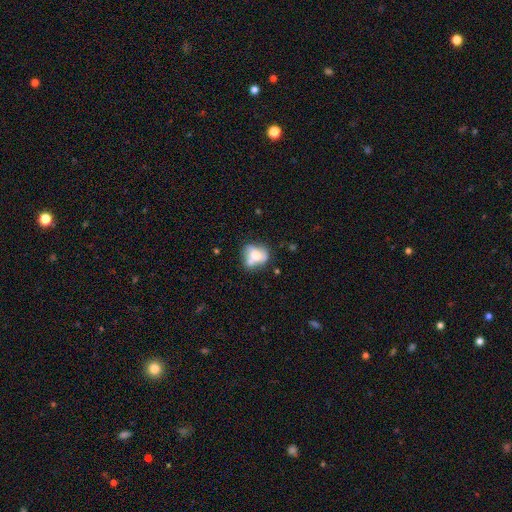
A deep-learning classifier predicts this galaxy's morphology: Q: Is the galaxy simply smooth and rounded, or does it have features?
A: smooth — 57%.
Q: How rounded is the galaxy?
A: round — 53%.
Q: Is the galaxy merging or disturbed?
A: none — 38%.